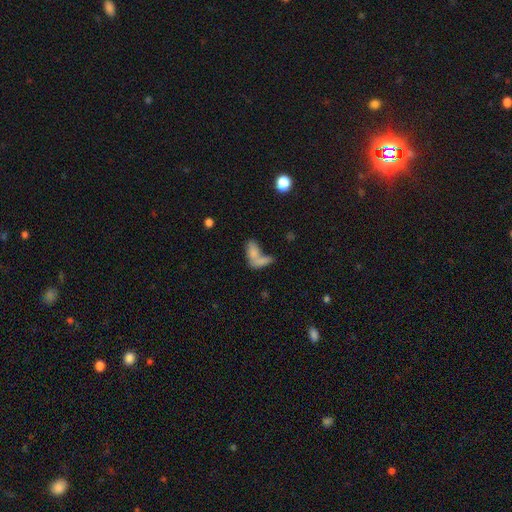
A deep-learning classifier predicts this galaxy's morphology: Smooth or featured: smooth — 73% (featured or disk — 17%)
How rounded: in between — 80% (cigar-shaped — 13%)
Merging: merger — 60% (none — 24%)